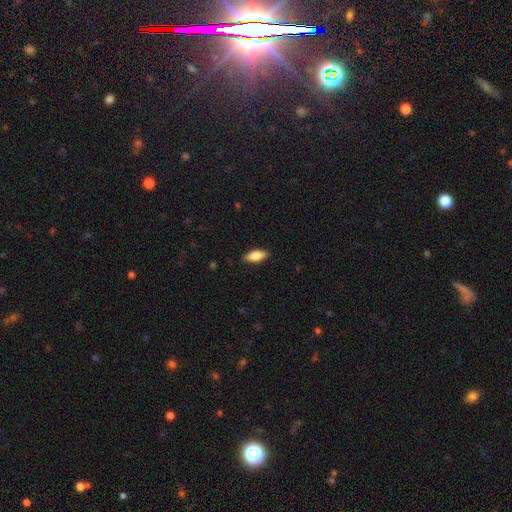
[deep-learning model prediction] smooth 80%, featured or disk 14%, star or artifact 6%. Down the decision tree: how rounded — in between (80%); merging — none (87%).